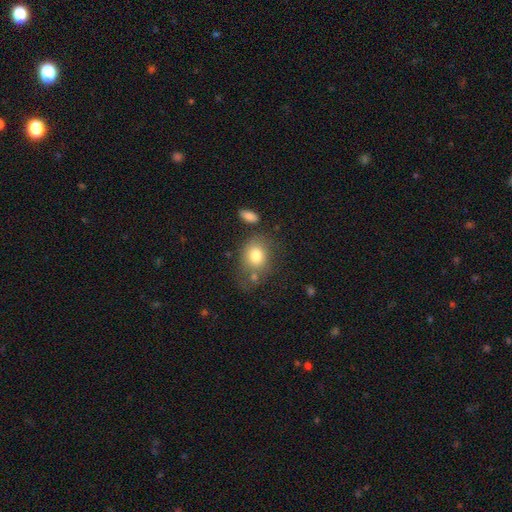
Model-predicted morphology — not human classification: Q: Smooth or featured?
A: smooth (77%); runner-up: featured or disk (13%)
Q: How rounded?
A: in between (50%); runner-up: round (49%)
Q: Merging?
A: none (55%); runner-up: minor disturbance (21%)